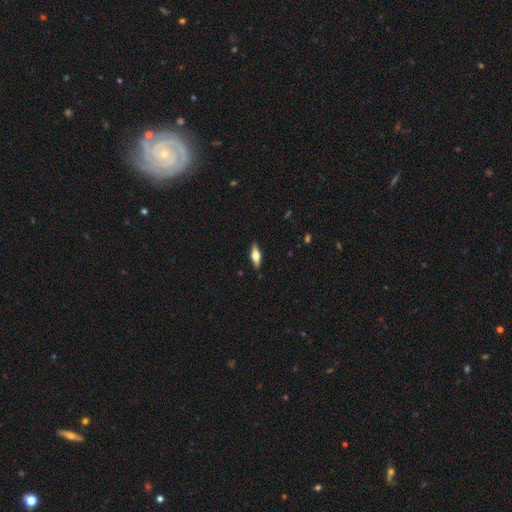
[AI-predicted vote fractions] Smooth or featured? smooth (50%)
Merging? none (88%)